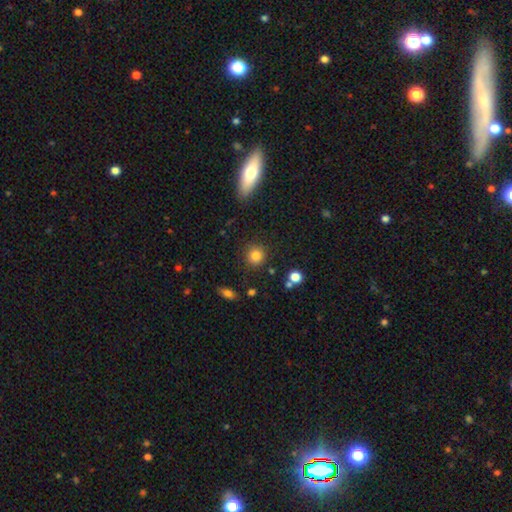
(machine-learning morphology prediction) Smooth or featured? Predicted: smooth (p=0.82). How rounded? Predicted: round (p=0.89). Merging? Predicted: none (p=0.86).